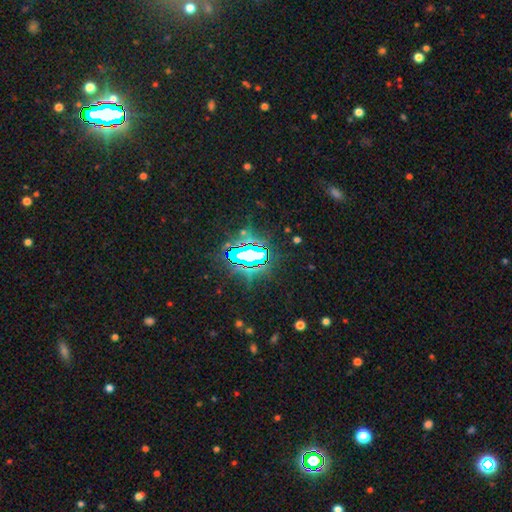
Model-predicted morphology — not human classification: Smooth or featured?
  - star or artifact: 77% *
  - smooth: 12%
  - featured or disk: 11%